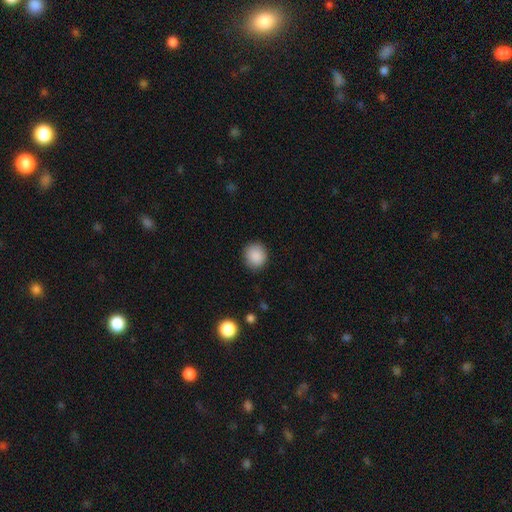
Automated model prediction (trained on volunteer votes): The model was most divided on "how rounded": round: 87%, in between: 12%, cigar-shaped: 1%. More confident: smooth or featured — smooth (88%); merging — none (88%).